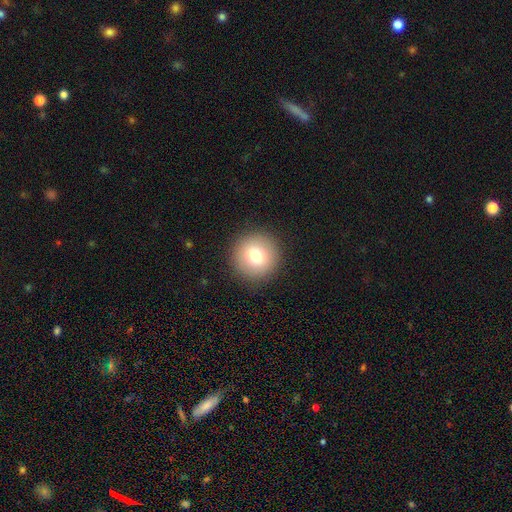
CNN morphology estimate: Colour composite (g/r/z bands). It shows a smooth galaxy with no disk features (79%) that is round (95%). Merging: none (91%).